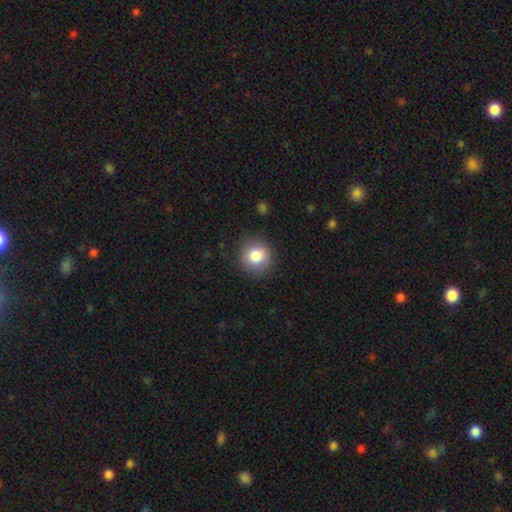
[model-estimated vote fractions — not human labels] Morphology: type=smooth (82%); roundness=round (91%); merging=none (87%).